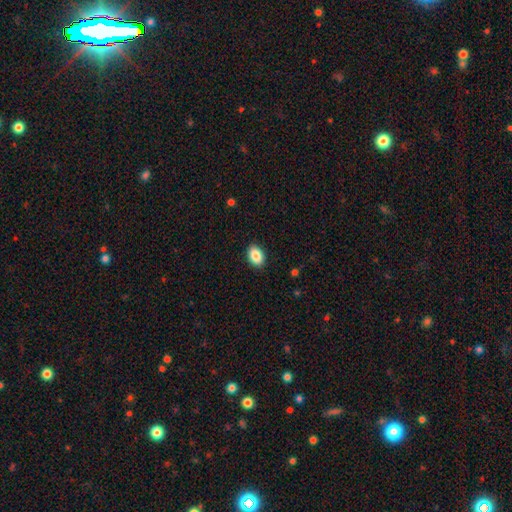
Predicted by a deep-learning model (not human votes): Smooth or featured: smooth — 88% (star or artifact — 7%)
How rounded: in between — 86% (round — 13%)
Merging: none — 90% (minor disturbance — 7%)